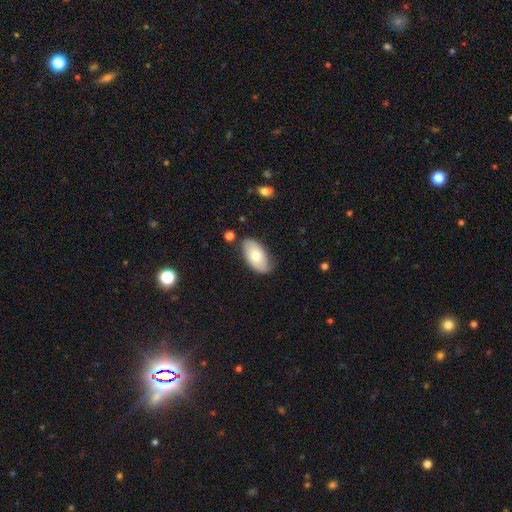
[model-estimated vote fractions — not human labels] Smooth or featured: smooth — 69% (featured or disk — 25%)
How rounded: in between — 95% (round — 3%)
Merging: none — 72% (minor disturbance — 20%)